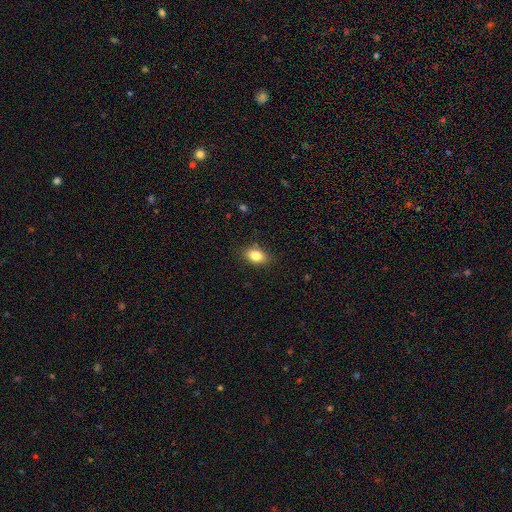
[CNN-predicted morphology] Smooth or featured: smooth — 83% (star or artifact — 8%)
How rounded: in between — 86% (round — 11%)
Merging: none — 85% (minor disturbance — 11%)